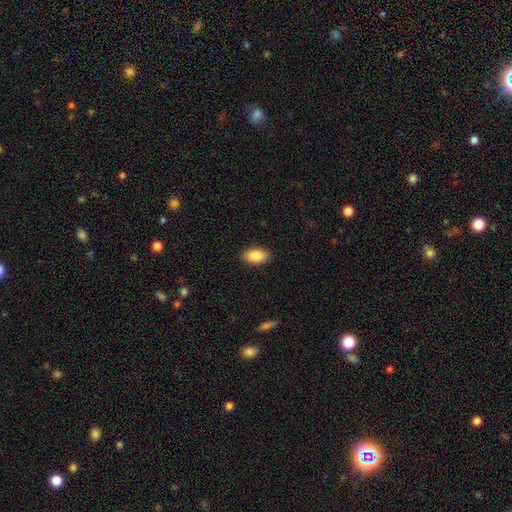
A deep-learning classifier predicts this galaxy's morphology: A smooth galaxy with no disk features (87%) that is in between round and cigar-shaped (93%). Merging: none (90%).